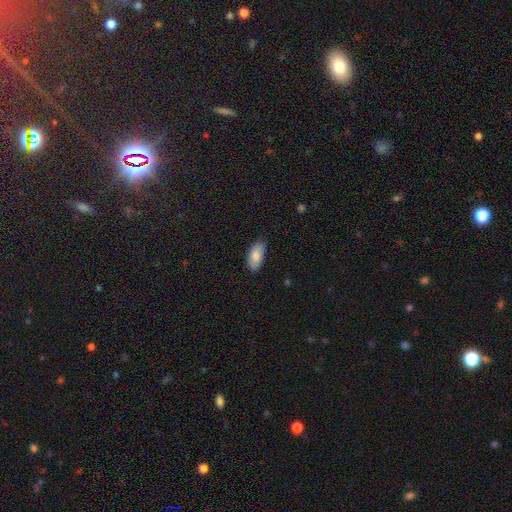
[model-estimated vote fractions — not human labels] smooth 86%, featured or disk 8%, star or artifact 6%. Down the decision tree: how rounded — in between (91%); merging — none (77%).